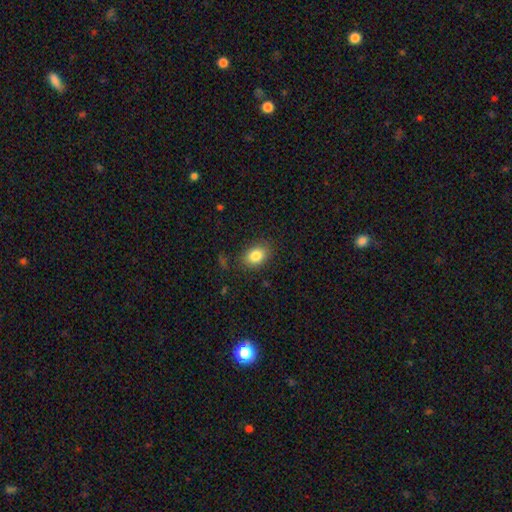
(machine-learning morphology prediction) type=smooth (84%); roundness=in between (77%); merging=none (84%).